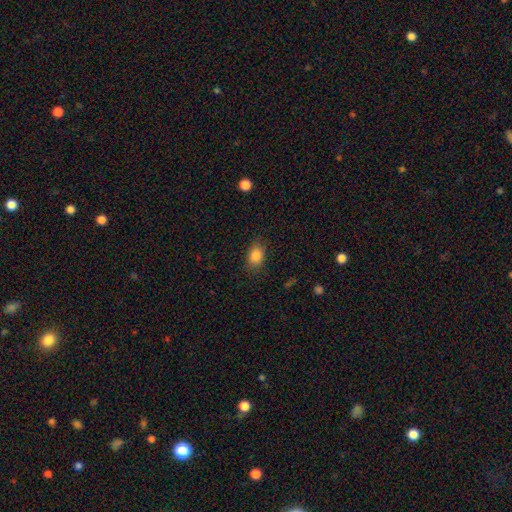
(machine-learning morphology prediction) Smooth or featured? smooth (85%)
How rounded? in between (76%)
Merging? none (81%)